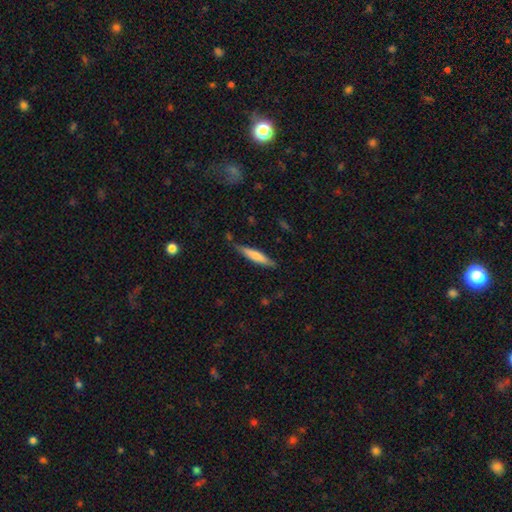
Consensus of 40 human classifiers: smooth 62%, featured or disk 30%, star or artifact 8%. Down the decision tree: how rounded — cigar-shaped (92%); merging — none (86%).